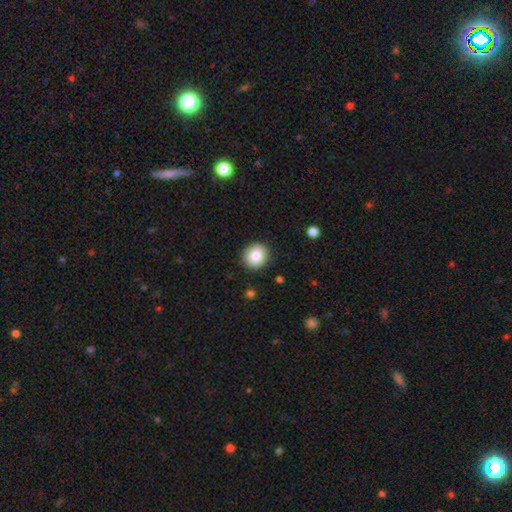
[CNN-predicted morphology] Smooth or featured: smooth — 83% (star or artifact — 9%)
How rounded: round — 85% (in between — 14%)
Merging: none — 90% (minor disturbance — 7%)